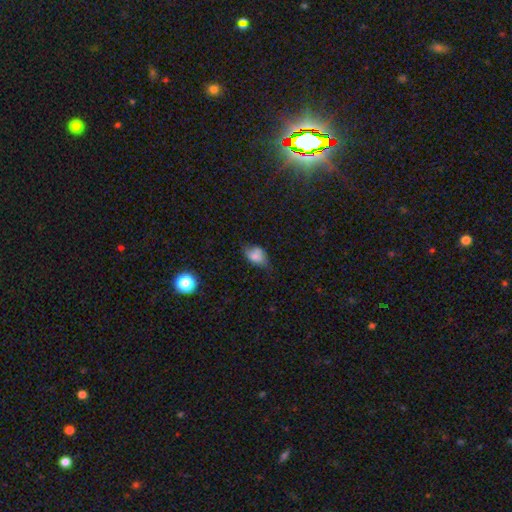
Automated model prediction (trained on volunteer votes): This is likely a smooth galaxy (74%). How rounded: clearly in between (85%). Merging: marginally none (45%).